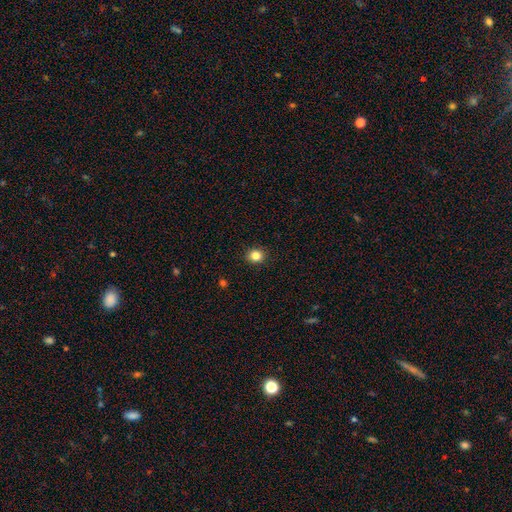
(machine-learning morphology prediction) The model was most divided on "how rounded": round: 79%, in between: 20%, cigar-shaped: 1%. More confident: merging — none (91%); smooth or featured — smooth (84%).